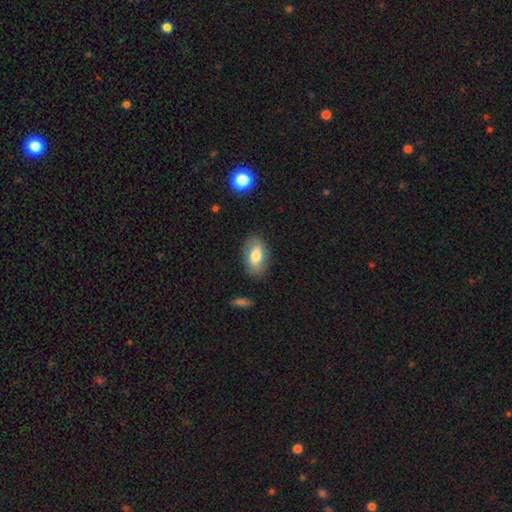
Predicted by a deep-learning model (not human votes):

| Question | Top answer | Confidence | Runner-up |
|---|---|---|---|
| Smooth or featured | smooth | 73% | featured or disk (20%) |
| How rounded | in between | 91% | round (7%) |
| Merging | none | 82% | minor disturbance (13%) |